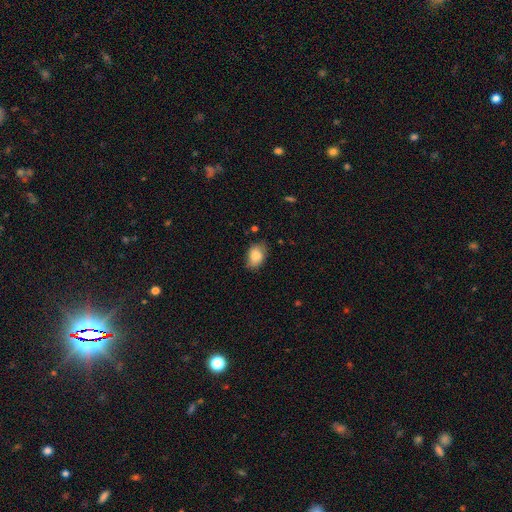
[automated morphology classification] This is clearly a smooth galaxy (84%). How rounded: clearly in between (81%). Merging: likely none (74%).